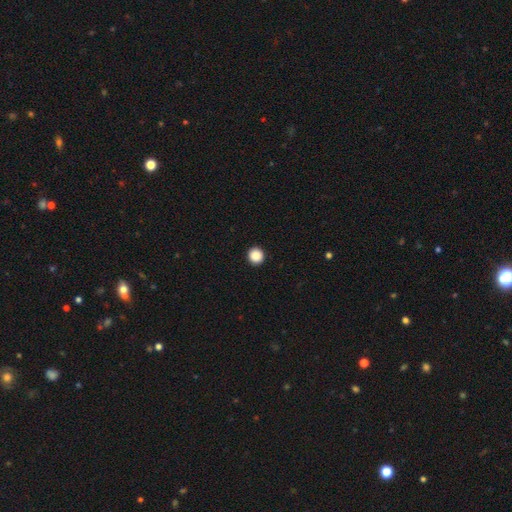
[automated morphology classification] Smooth or featured: smooth — 88% (star or artifact — 9%)
How rounded: round — 95% (in between — 4%)
Merging: none — 94% (minor disturbance — 4%)